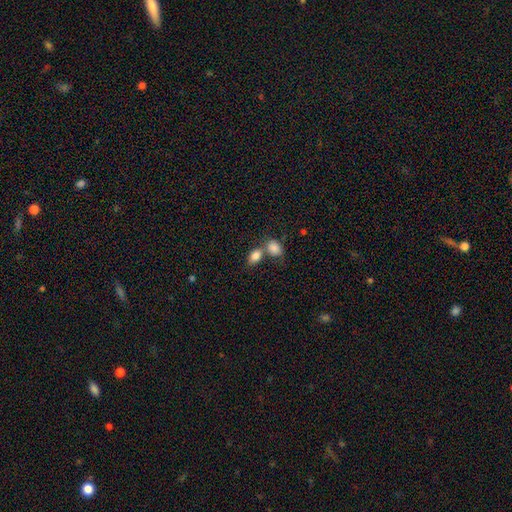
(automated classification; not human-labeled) This is clearly a smooth galaxy (84%). How rounded: clearly in between (81%). Merging: possibly merger (48%).